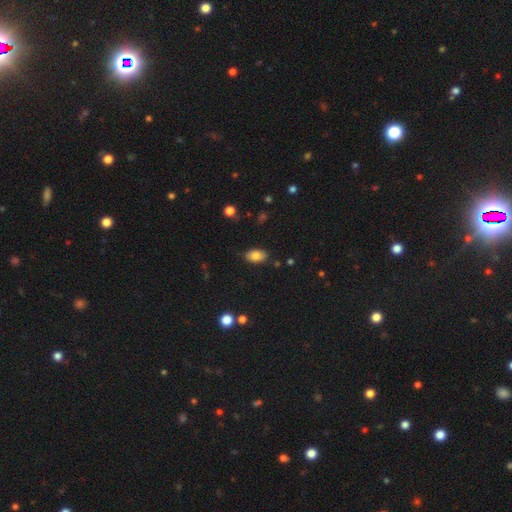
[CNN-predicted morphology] smooth-or-featured: smooth: 82% | featured or disk: 9% | star or artifact: 8%
  how-rounded: in between: 92% | round: 7% | cigar-shaped: 2%
  merging: none: 84% | minor disturbance: 12% | major disturbance: 2% | merger: 1%